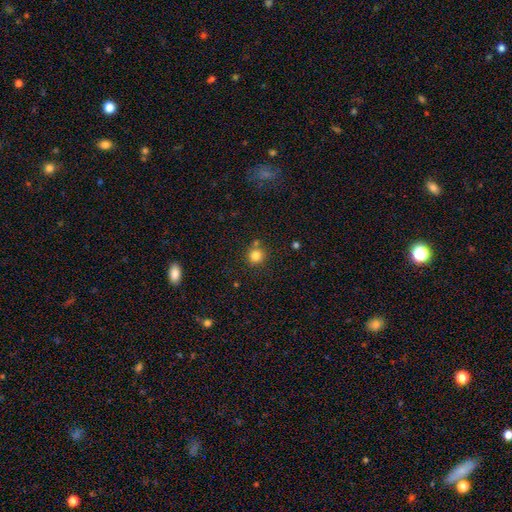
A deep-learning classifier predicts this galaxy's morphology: smooth-or-featured: smooth: 82% | star or artifact: 13% | featured or disk: 6%
  how-rounded: round: 92% | in between: 7% | cigar-shaped: 1%
  merging: none: 75% | merger: 12% | minor disturbance: 10% | major disturbance: 3%